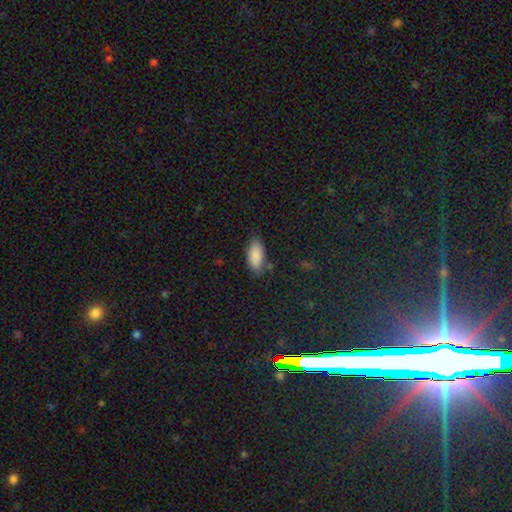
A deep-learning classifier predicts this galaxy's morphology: Smooth or featured: smooth — 88% (star or artifact — 7%)
How rounded: in between — 91% (cigar-shaped — 7%)
Merging: none — 76% (minor disturbance — 18%)